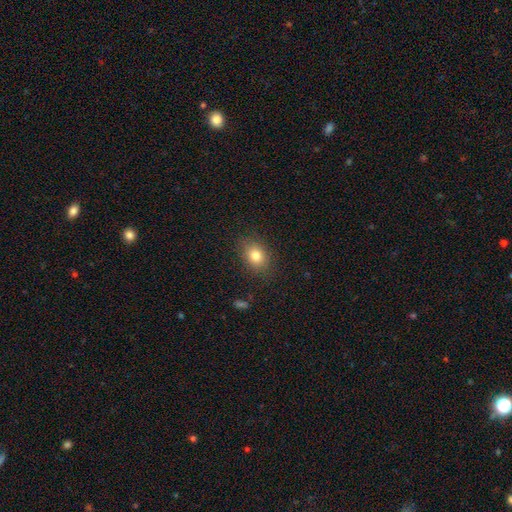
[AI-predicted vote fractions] A smooth galaxy with no disk features (80%) that is in between round and cigar-shaped (62%).

Vote fractions:
- Smooth or featured? smooth: 80% / star or artifact: 11% / featured or disk: 9%
- How rounded? in between: 62% / round: 37% / cigar-shaped: 1%
- Merging? none: 85% / minor disturbance: 11% / major disturbance: 3% / merger: 1%